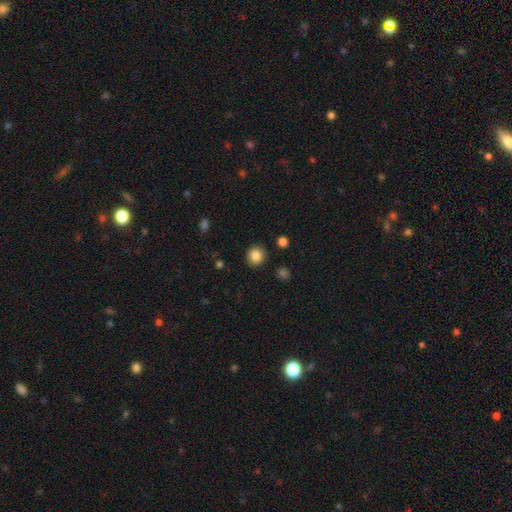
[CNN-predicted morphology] smooth-or-featured: smooth: 85% | star or artifact: 10% | featured or disk: 5%
  how-rounded: round: 88% | in between: 12% | cigar-shaped: 1%
  merging: none: 90% | minor disturbance: 6% | major disturbance: 2% | merger: 2%